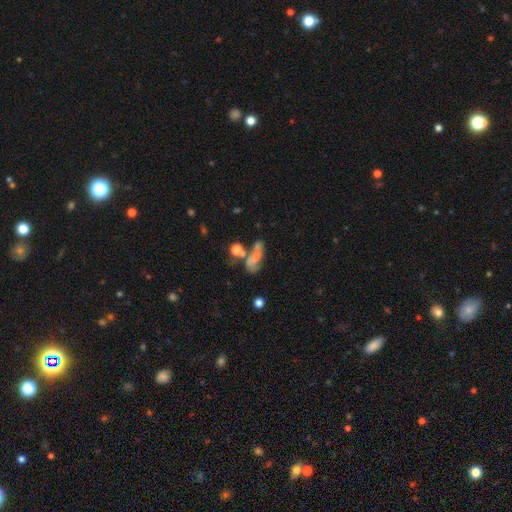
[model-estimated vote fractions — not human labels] Q: Smooth or featured?
A: smooth (46%); runner-up: featured or disk (39%)
Q: Merging?
A: none (30%); runner-up: merger (27%)